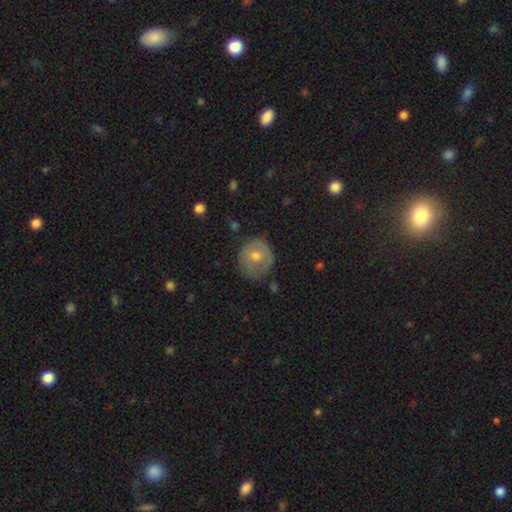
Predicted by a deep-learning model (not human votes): smooth-or-featured: smooth: 54% | featured or disk: 38% | star or artifact: 8%
  how-rounded: round: 83% | in between: 16% | cigar-shaped: 1%
  merging: none: 70% | minor disturbance: 22% | major disturbance: 6% | merger: 2%